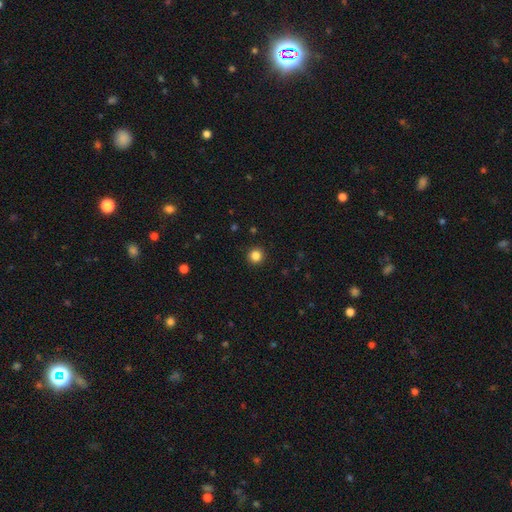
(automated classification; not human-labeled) The model was most divided on "smooth or featured": smooth: 84%, star or artifact: 12%, featured or disk: 4%. More confident: how rounded — round (96%); merging — none (93%).